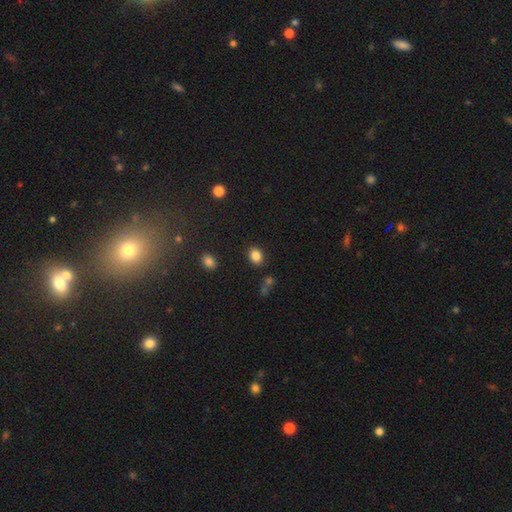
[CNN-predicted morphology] smooth 85%, star or artifact 10%, featured or disk 5%. Down the decision tree: how rounded — in between (61%); merging — none (84%).